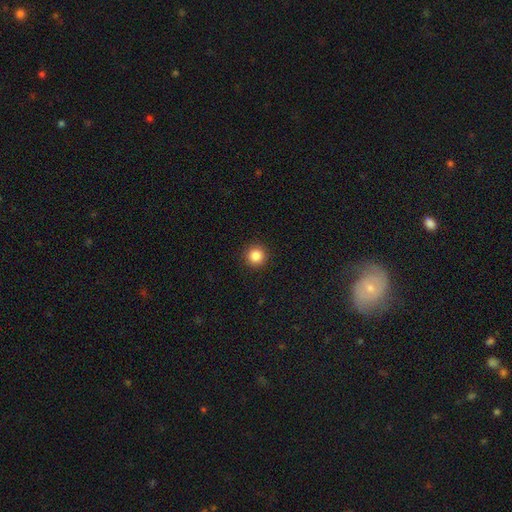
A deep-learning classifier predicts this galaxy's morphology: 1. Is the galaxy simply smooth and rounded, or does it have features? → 86% smooth, 10% star or artifact, 4% featured or disk.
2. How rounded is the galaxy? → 96% round, 4% in between, 1% cigar-shaped.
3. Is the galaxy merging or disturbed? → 93% none, 5% minor disturbance, 2% major disturbance, 1% merger.